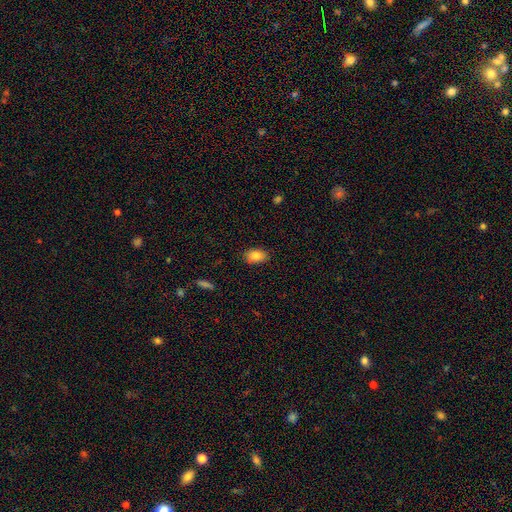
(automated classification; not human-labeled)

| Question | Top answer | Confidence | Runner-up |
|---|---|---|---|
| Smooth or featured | smooth | 85% | star or artifact (8%) |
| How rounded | in between | 86% | round (12%) |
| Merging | none | 86% | minor disturbance (11%) |